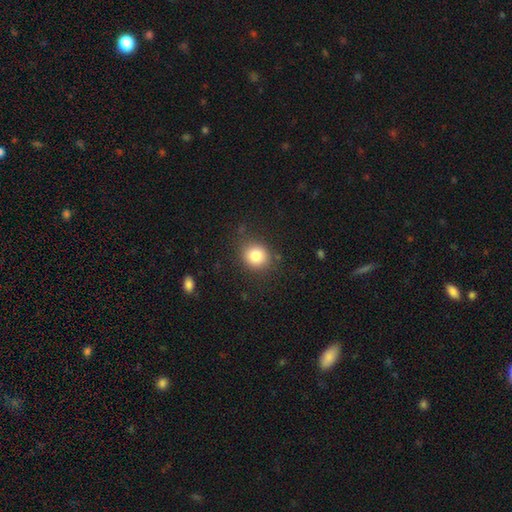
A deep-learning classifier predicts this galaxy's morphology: This is clearly a smooth galaxy (81%). How rounded: likely round (80%). Merging: clearly none (84%).